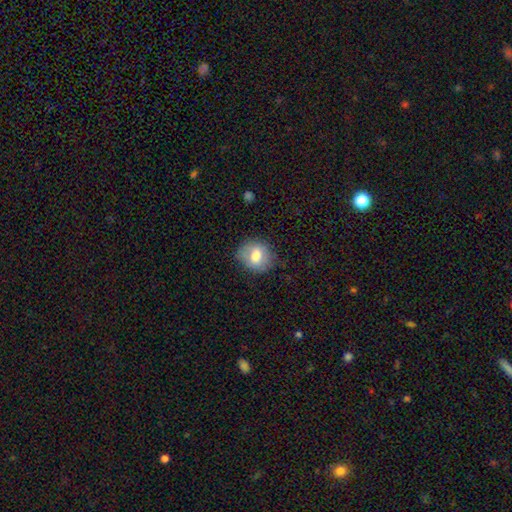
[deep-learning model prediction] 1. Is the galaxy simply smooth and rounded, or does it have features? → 72% smooth, 20% featured or disk, 8% star or artifact.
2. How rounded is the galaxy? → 61% round, 38% in between, 1% cigar-shaped.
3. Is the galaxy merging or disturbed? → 75% none, 19% minor disturbance, 6% major disturbance, 1% merger.